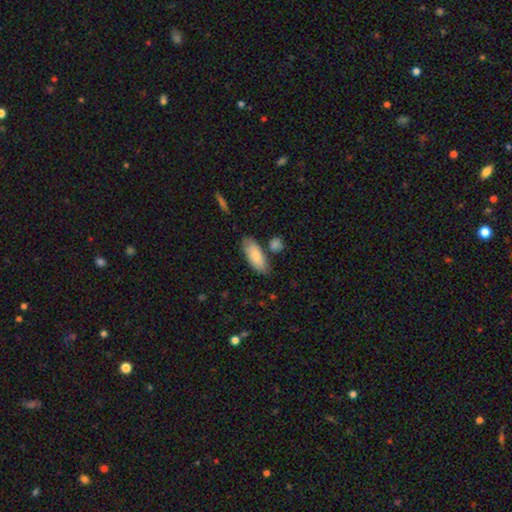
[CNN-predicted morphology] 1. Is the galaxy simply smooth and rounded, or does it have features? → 80% smooth, 14% featured or disk, 6% star or artifact.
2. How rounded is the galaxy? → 81% in between, 17% cigar-shaped, 3% round.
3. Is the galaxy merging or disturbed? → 73% none, 16% minor disturbance, 8% merger, 3% major disturbance.